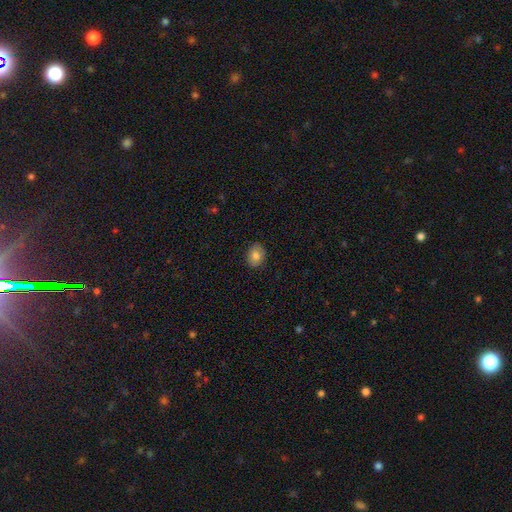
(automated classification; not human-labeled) The model was most divided on "how rounded": in between: 60%, round: 39%, cigar-shaped: 1%. More confident: merging — none (87%); smooth or featured — smooth (81%).